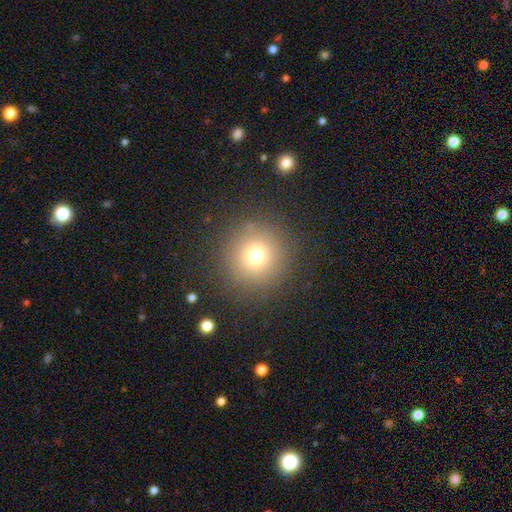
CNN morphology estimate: A smooth galaxy with no disk features (72%) that is round (95%). Merging: none (88%).